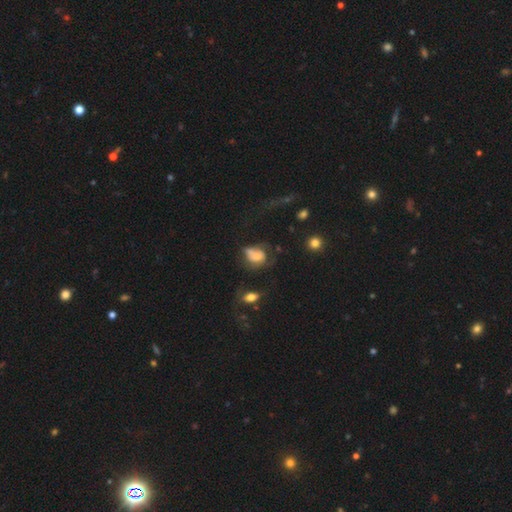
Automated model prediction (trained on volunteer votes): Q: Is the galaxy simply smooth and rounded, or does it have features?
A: smooth — 59%.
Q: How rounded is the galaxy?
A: in between — 68%.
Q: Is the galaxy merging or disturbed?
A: major disturbance — 39%.